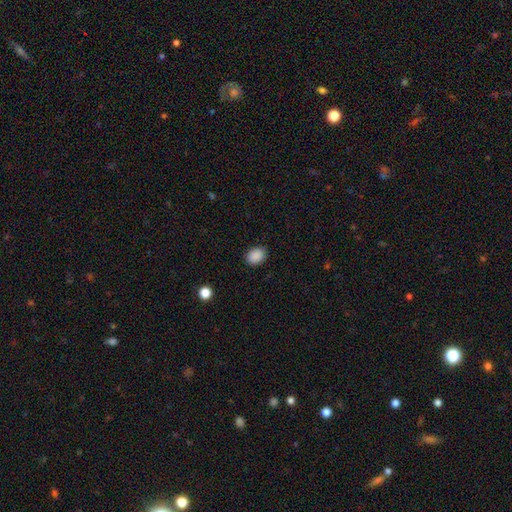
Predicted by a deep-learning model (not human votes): smooth 89%, star or artifact 9%, featured or disk 2%. Down the decision tree: how rounded — in between (63%); merging — none (88%).